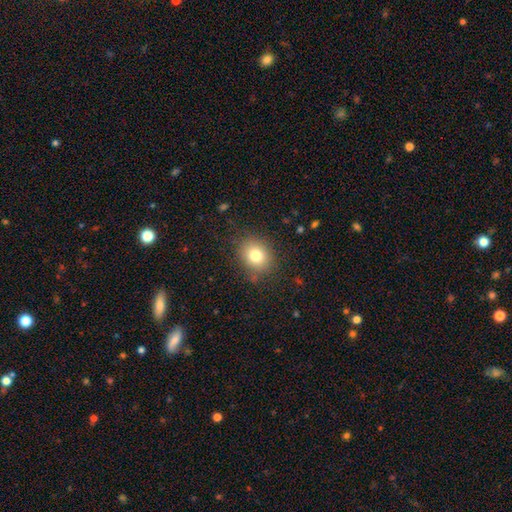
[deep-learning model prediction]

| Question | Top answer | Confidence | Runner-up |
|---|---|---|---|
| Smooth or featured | smooth | 78% | star or artifact (12%) |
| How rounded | round | 62% | in between (37%) |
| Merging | none | 84% | minor disturbance (11%) |